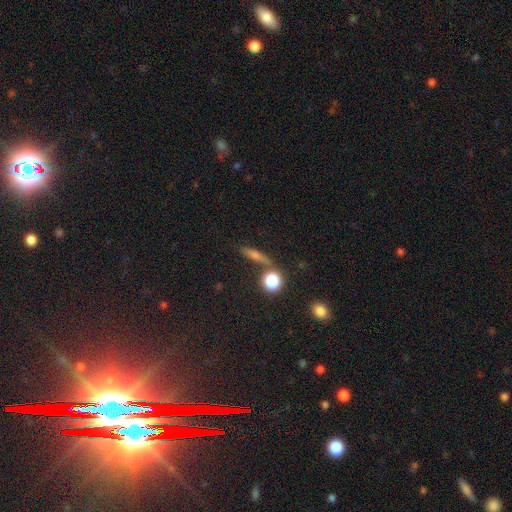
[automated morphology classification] Smooth or featured?
  - smooth: 46% *
  - featured or disk: 33%
  - star or artifact: 21%
Merging?
  - none: 71% *
  - minor disturbance: 12%
  - merger: 11%
  - major disturbance: 6%